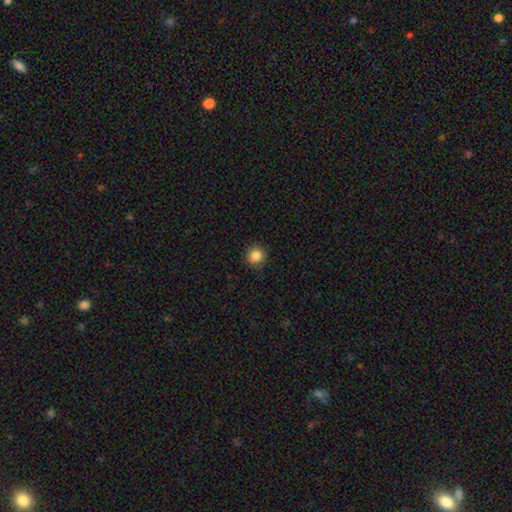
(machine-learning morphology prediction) Smooth or featured? Predicted: smooth (p=0.86). How rounded? Predicted: round (p=0.93). Merging? Predicted: none (p=0.90).